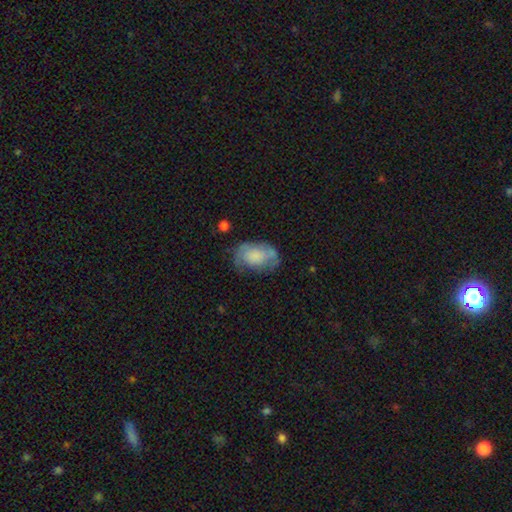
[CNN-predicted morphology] The model was most divided on "merging": none: 44%, minor disturbance: 31%, major disturbance: 21%, merger: 4%. More confident: how rounded — in between (82%); smooth or featured — smooth (55%).